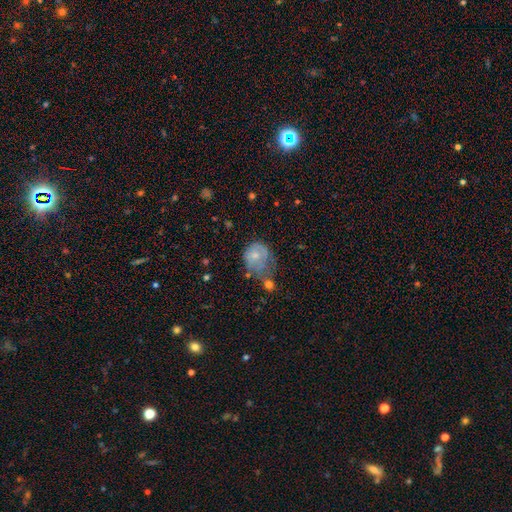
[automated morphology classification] Smooth or featured? smooth (63%)
How rounded? round (66%)
Merging? minor disturbance (30%)